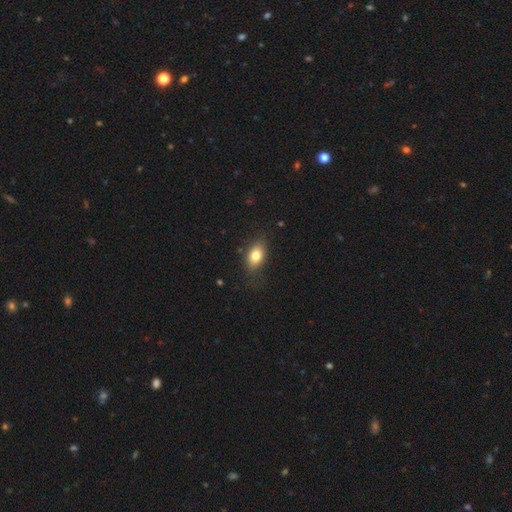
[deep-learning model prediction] smooth 79%, featured or disk 13%, star or artifact 9%. Down the decision tree: how rounded — in between (84%); merging — none (79%).